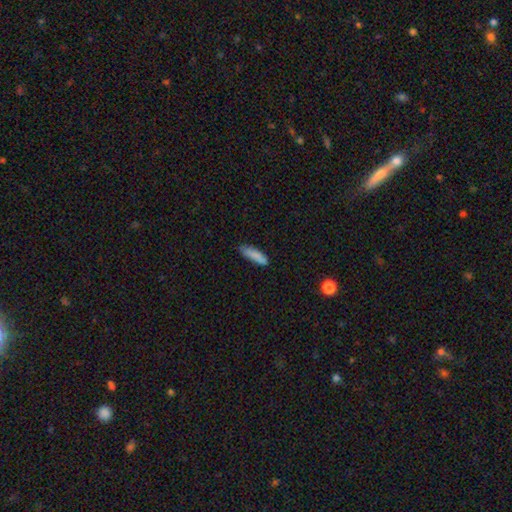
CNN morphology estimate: Overall: smooth (85%). How rounded: cigar-shaped (66%; in between 32%). Merging: none (76%).